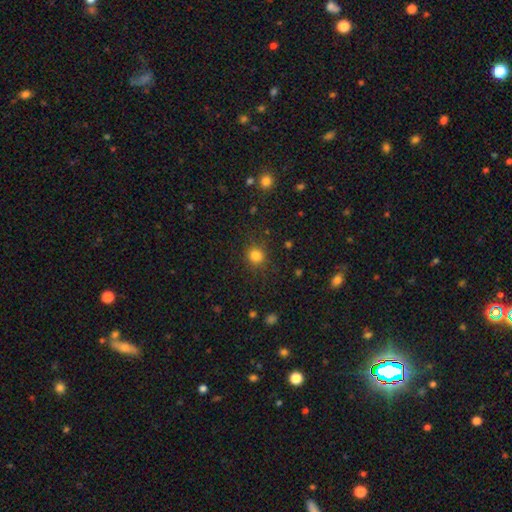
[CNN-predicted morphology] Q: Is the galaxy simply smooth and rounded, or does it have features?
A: smooth — 82%.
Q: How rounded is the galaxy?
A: round — 90%.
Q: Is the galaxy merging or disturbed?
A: none — 85%.